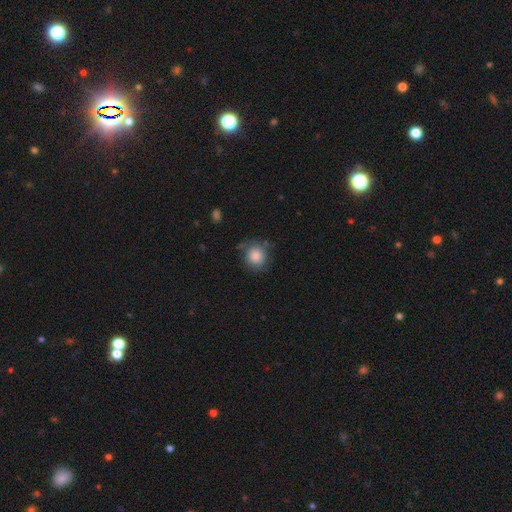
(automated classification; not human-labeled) Overall: smooth (82%). How rounded: round (87%). Merging: none (68%).